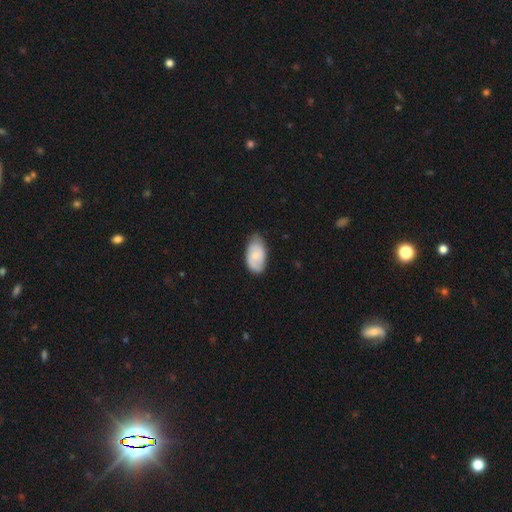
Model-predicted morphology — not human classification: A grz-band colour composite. It shows a smooth galaxy with no disk features (61%) that is in between round and cigar-shaped (93%). Merging: none (68%).